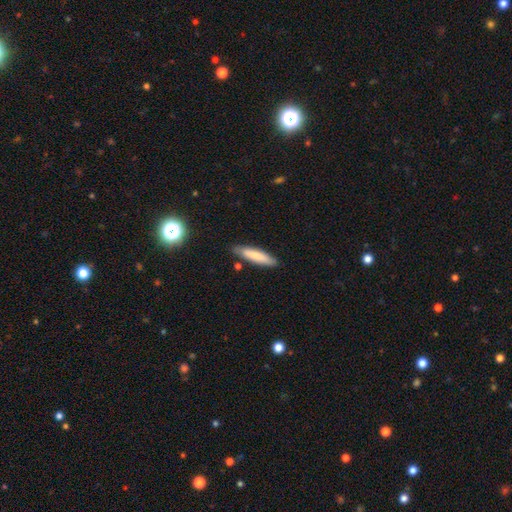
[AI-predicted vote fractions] This is likely a smooth galaxy (78%). How rounded: likely cigar-shaped (77%). Merging: clearly none (82%).